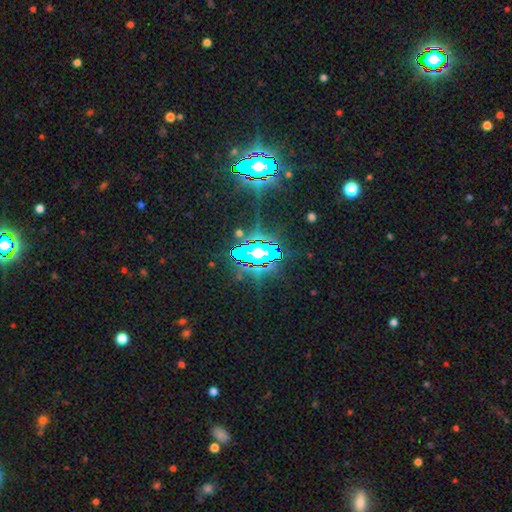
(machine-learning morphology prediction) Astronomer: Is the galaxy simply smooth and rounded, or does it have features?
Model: star or artifact — 85%.